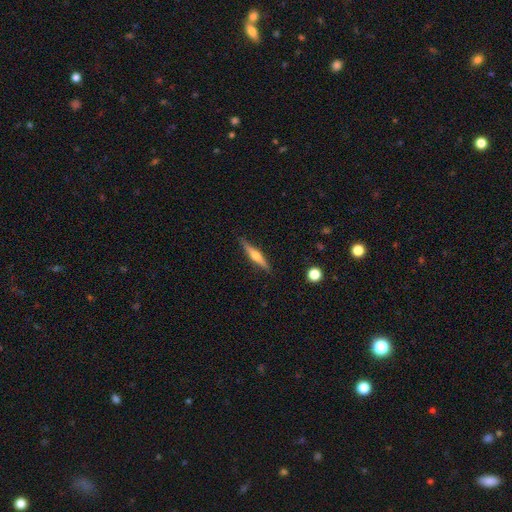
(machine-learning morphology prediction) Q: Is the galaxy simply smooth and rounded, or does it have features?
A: featured or disk — 64%.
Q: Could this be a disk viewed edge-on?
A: yes — 97%.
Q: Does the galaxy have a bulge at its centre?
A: rounded — 91%.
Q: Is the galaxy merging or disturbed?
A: none — 87%.